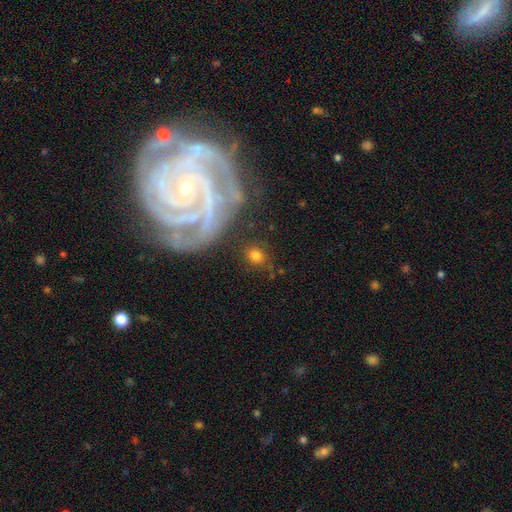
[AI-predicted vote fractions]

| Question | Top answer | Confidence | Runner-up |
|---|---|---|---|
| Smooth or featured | smooth | 71% | featured or disk (17%) |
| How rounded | round | 69% | in between (29%) |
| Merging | none | 74% | minor disturbance (13%) |